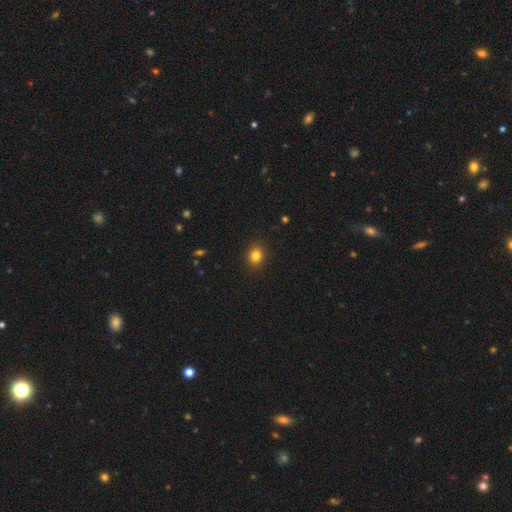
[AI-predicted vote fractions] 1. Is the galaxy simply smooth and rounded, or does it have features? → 83% smooth, 11% star or artifact, 6% featured or disk.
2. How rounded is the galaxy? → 56% round, 43% in between, 1% cigar-shaped.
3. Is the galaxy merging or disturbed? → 91% none, 7% minor disturbance, 2% major disturbance, 1% merger.